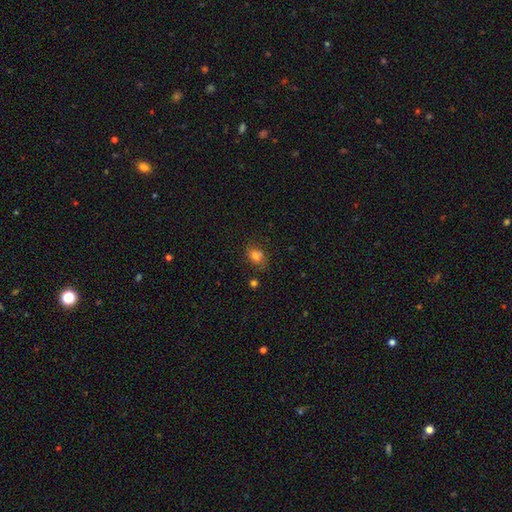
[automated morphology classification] Smooth or featured?
  - smooth: 72% *
  - star or artifact: 15%
  - featured or disk: 13%
How rounded?
  - in between: 59% *
  - round: 39%
  - cigar-shaped: 1%
Merging?
  - none: 56% *
  - minor disturbance: 22%
  - merger: 13%
  - major disturbance: 8%